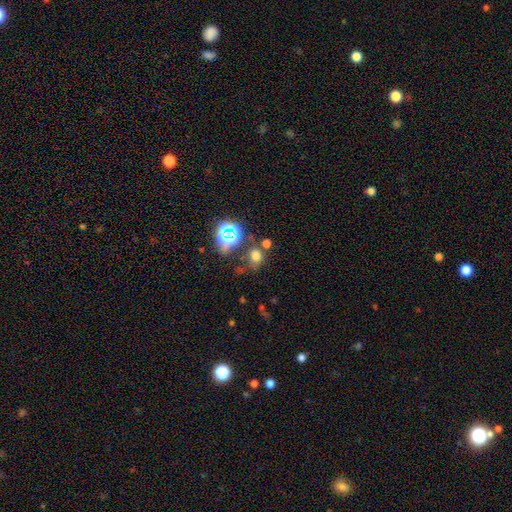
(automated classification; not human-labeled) Overall: smooth (63%; star or artifact 28%). How rounded: round (60%; in between 39%). Merging: none (62%).